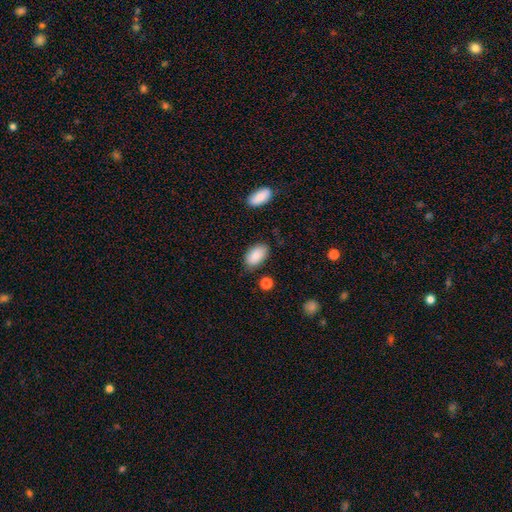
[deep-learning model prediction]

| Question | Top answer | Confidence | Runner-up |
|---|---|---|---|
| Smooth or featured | smooth | 87% | star or artifact (7%) |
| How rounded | in between | 94% | round (4%) |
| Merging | none | 80% | minor disturbance (14%) |